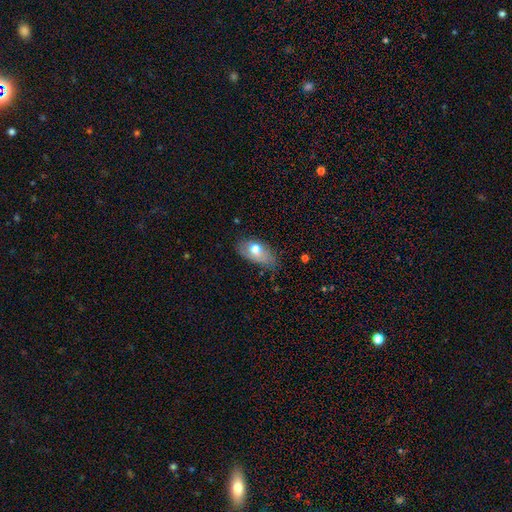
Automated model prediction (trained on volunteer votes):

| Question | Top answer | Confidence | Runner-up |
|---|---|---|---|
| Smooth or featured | smooth | 62% | featured or disk (29%) |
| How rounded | in between | 87% | round (8%) |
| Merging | none | 53% | minor disturbance (35%) |